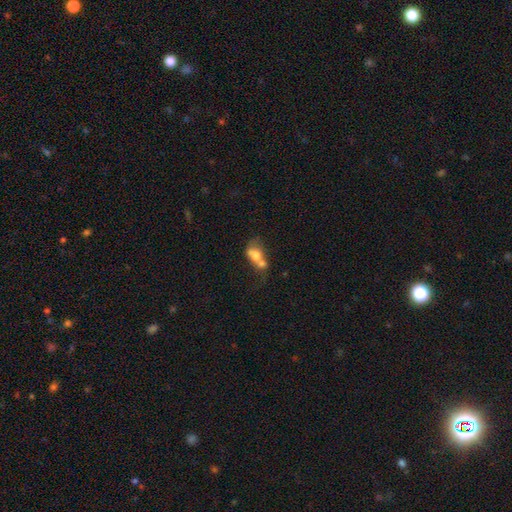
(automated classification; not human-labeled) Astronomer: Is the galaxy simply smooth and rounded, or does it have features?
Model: smooth — 62%.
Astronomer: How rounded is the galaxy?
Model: in between — 67%.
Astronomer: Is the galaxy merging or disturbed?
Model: merger — 66%.